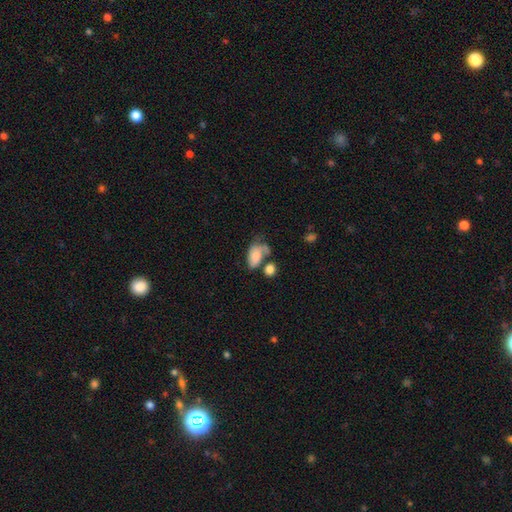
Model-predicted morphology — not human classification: This appears to be a smooth galaxy with no disk features (76%) that is in between round and cigar-shaped (89%). Merging: merger (32%).